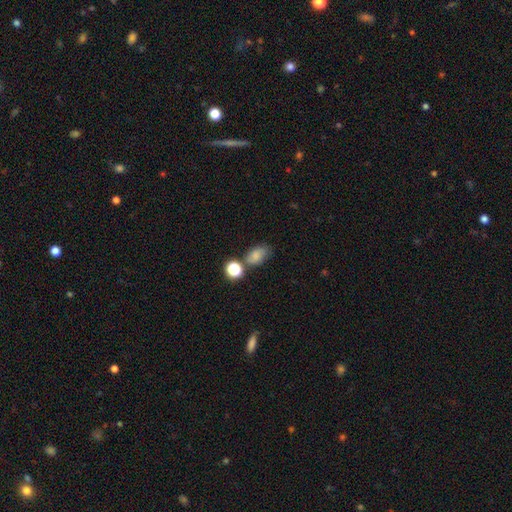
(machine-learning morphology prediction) This appears to be a smooth galaxy with no disk features (75%) that is in between round and cigar-shaped (78%). Merging: none (57%).